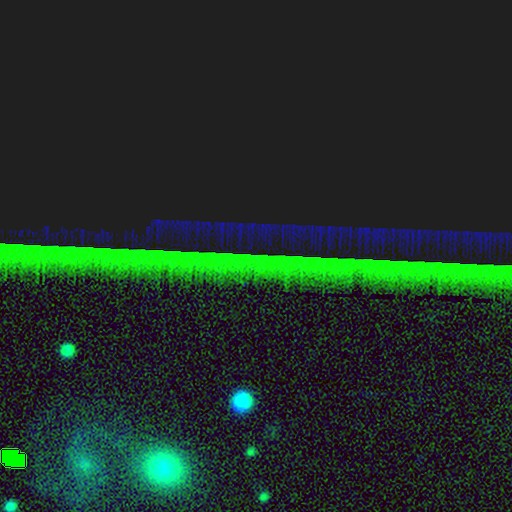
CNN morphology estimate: The model was most divided on "smooth or featured": star or artifact: 83%, featured or disk: 9%, smooth: 7%.